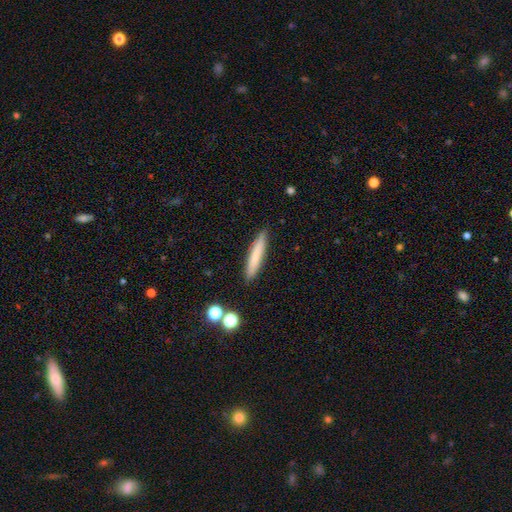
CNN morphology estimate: Smooth or featured: smooth — 77% (featured or disk — 16%)
How rounded: cigar-shaped — 92% (in between — 7%)
Merging: none — 90% (minor disturbance — 7%)